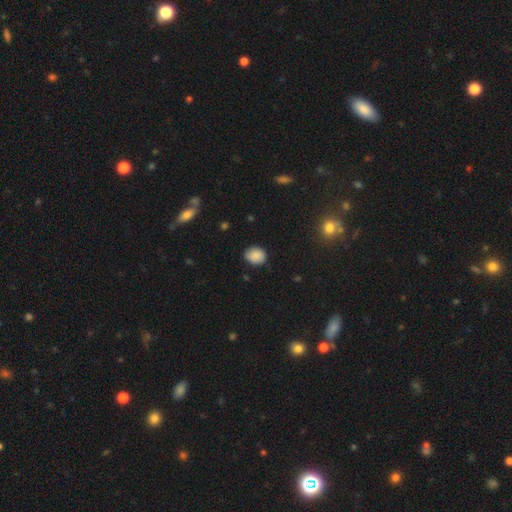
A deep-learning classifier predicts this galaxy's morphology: A smooth galaxy with no disk features (87%) that is round (52%). Merging: none (79%).